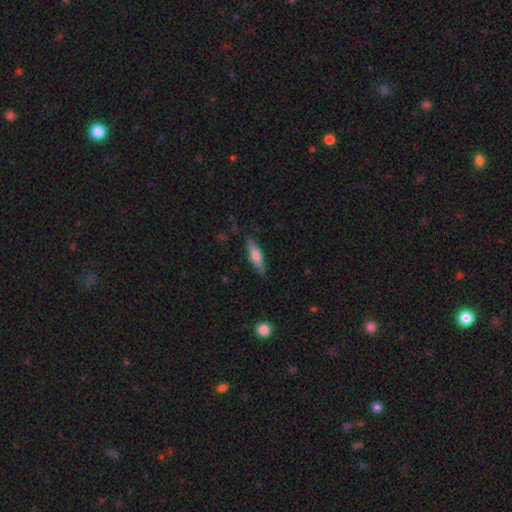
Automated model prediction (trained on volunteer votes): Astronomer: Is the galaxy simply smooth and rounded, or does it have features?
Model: smooth — 56% (runner-up: featured or disk, 38%).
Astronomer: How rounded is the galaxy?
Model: cigar-shaped — 69%.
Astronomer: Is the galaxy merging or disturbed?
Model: none — 85%.